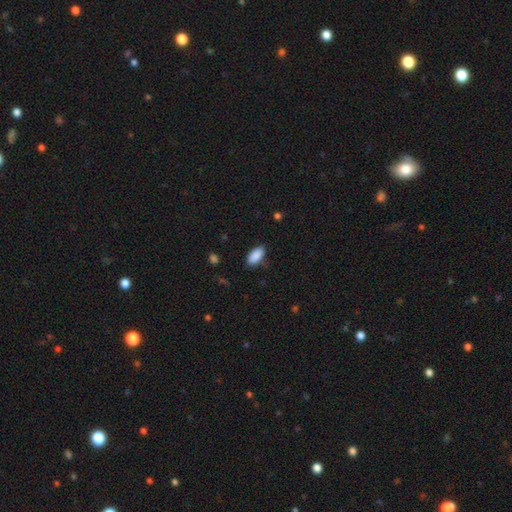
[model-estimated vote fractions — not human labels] Overall: smooth (90%). How rounded: in between (93%). Merging: none (83%).